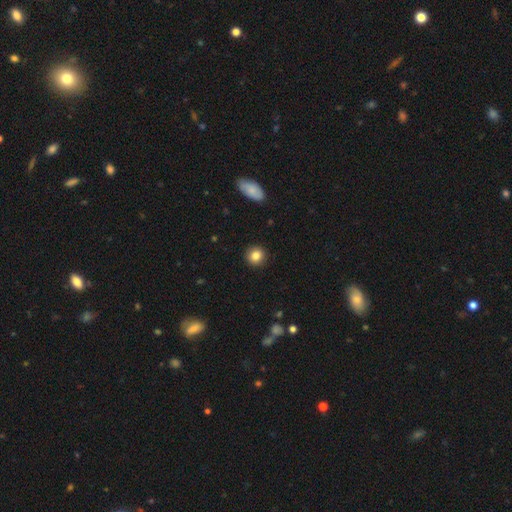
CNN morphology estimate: Smooth or featured: smooth — 85% (star or artifact — 9%)
How rounded: round — 90% (in between — 9%)
Merging: none — 91% (minor disturbance — 6%)